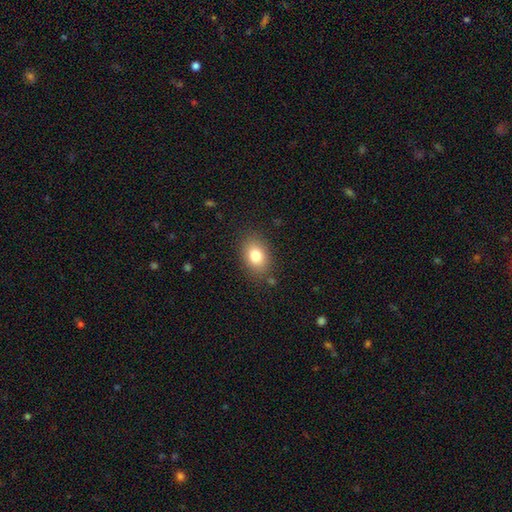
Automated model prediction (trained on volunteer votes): Smooth or featured? smooth (81%)
How rounded? in between (78%)
Merging? none (83%)